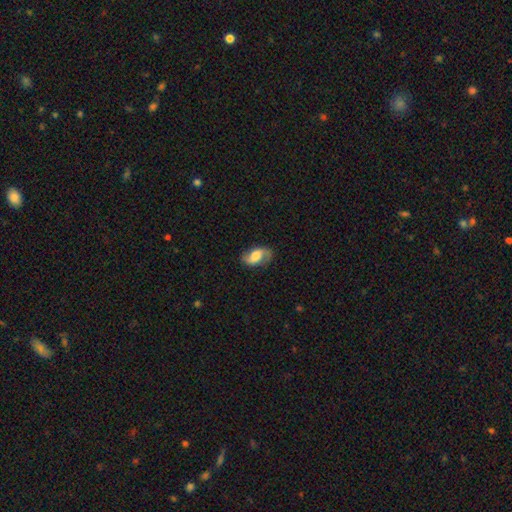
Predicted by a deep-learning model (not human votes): A featured or disk galaxy (63%) with no bar (46%), 2 (89%) loose (47%) spiral arms (90%) and a moderate central bulge (42%).

Vote fractions:
- Smooth or featured? featured or disk: 63% / smooth: 29% / star or artifact: 7%
- Edge-on disk? no: 96% / yes: 4%
- Bar? no: 46% / weak: 39% / strong: 15%
- Spiral arms? yes: 90% / no: 10%
- Spiral winding? loose: 47% / medium: 38% / tight: 15%
- Spiral arm count? 2: 89% / can't tell: 4% / 1: 4% / 3: 1% / 4: 1% / more than 4: 1%
- Bulge size? moderate: 42% / large: 34% / small: 14% / none: 6% / dominant: 4%
- Merging? none: 77% / minor disturbance: 16% / major disturbance: 6% / merger: 1%